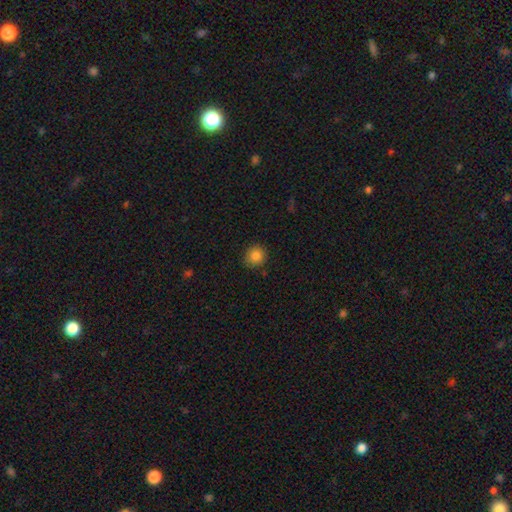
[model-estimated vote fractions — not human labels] Smooth or featured: smooth — 86% (star or artifact — 10%)
How rounded: round — 88% (in between — 11%)
Merging: none — 85% (minor disturbance — 11%)